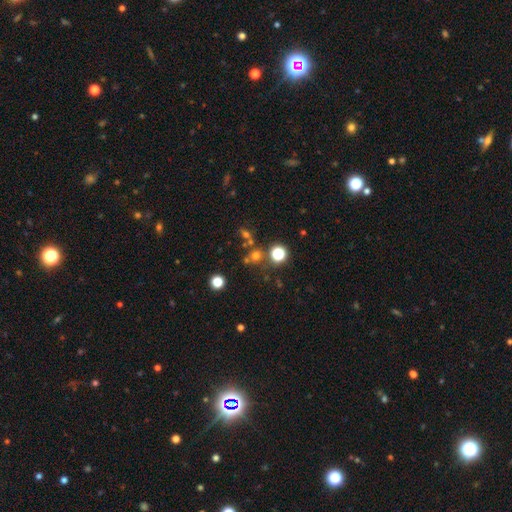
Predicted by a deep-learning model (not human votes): Morphology: type=smooth (60%); roundness=round (89%); merging=none (67%).